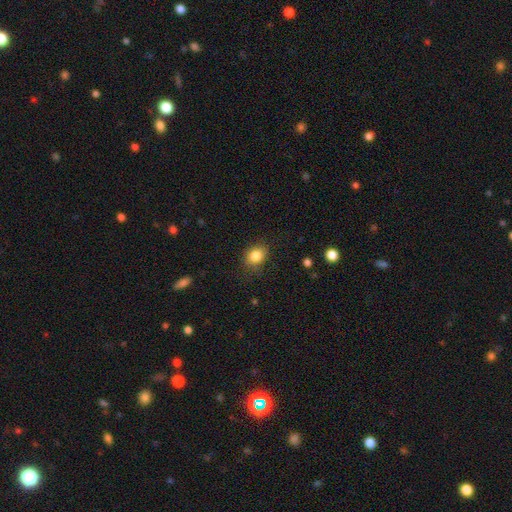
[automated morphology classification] type=smooth (84%); roundness=in between (51%); merging=none (82%).